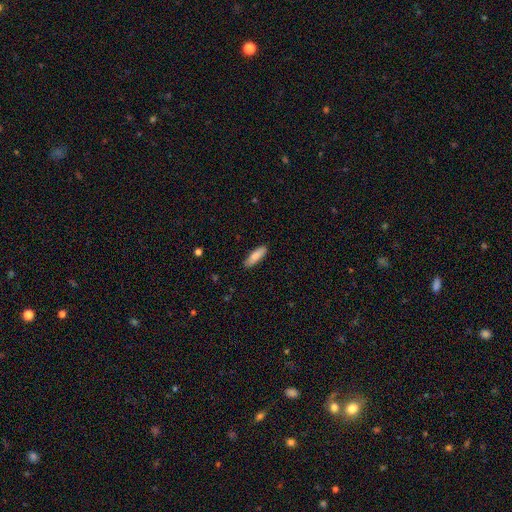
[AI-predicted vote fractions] Q: Smooth or featured?
A: smooth (85%); runner-up: featured or disk (9%)
Q: How rounded?
A: cigar-shaped (59%); runner-up: in between (40%)
Q: Merging?
A: none (89%); runner-up: minor disturbance (9%)